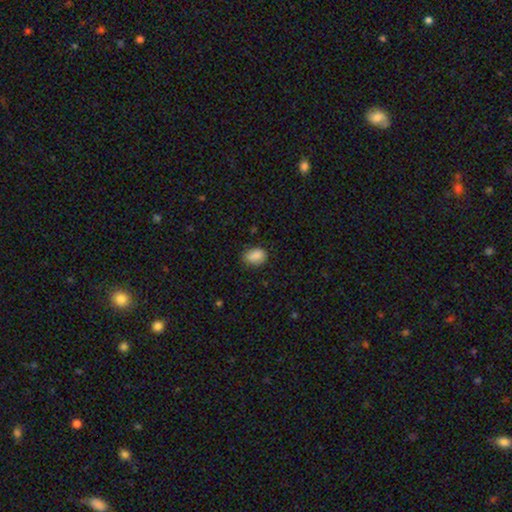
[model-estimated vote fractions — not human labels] The model was most divided on "how rounded": in between: 77%, round: 22%, cigar-shaped: 1%. More confident: smooth or featured — smooth (88%); merging — none (77%).